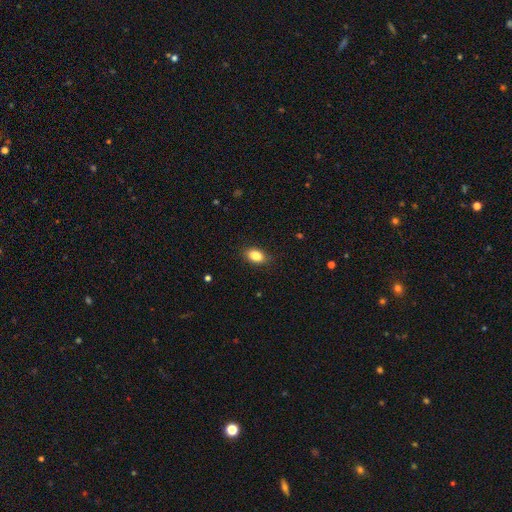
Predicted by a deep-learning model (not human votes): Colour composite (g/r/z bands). It shows a smooth galaxy with no disk features (86%) that is in between round and cigar-shaped (87%). Merging: none (87%).